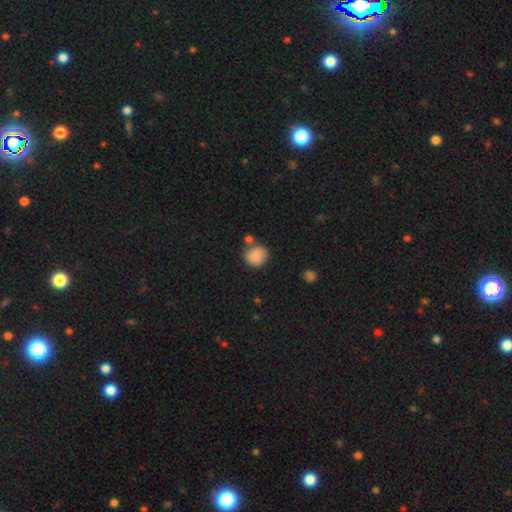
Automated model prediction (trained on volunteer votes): Q: Smooth or featured?
A: smooth (85%); runner-up: star or artifact (8%)
Q: How rounded?
A: round (79%); runner-up: in between (20%)
Q: Merging?
A: none (62%); runner-up: minor disturbance (19%)